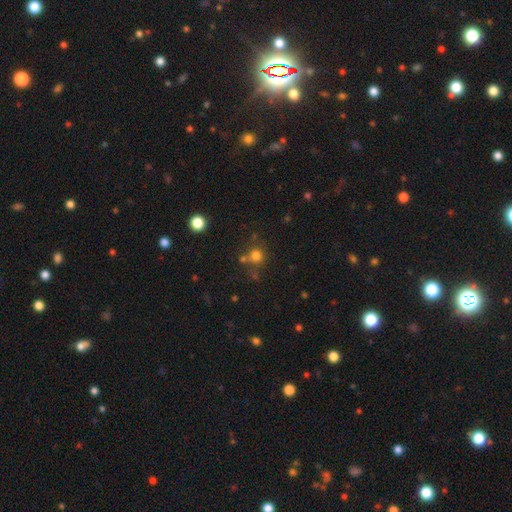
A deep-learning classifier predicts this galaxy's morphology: This is likely a smooth galaxy (74%). How rounded: clearly round (88%). Merging: likely none (64%).